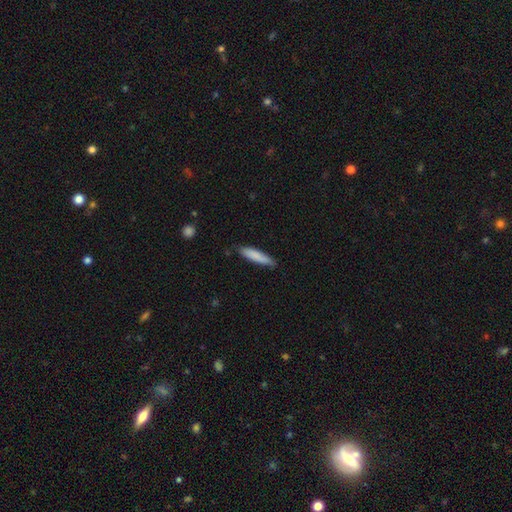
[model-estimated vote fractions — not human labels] This appears to be a smooth galaxy with no disk features (82%) that is cigar-shaped (83%). Merging: none (80%).